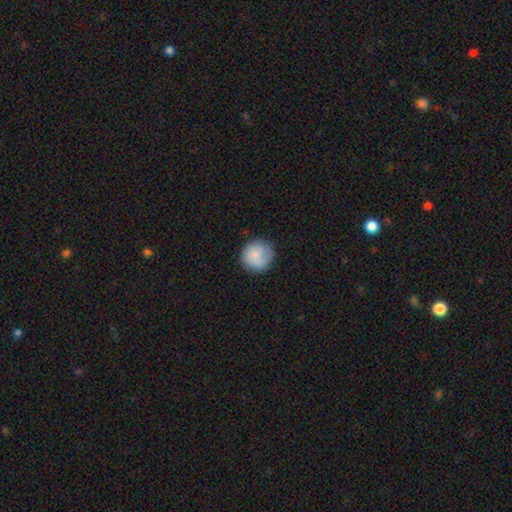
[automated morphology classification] Smooth or featured? Predicted: smooth (p=0.80). How rounded? Predicted: round (p=0.91). Merging? Predicted: none (p=0.77).